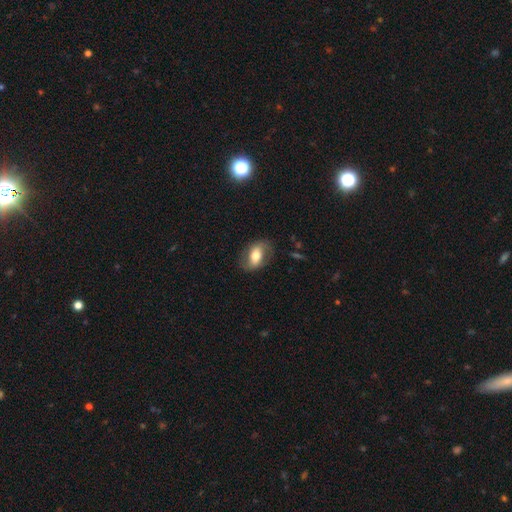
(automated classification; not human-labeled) A smooth galaxy with no disk features (49%). Merging: none (75%).